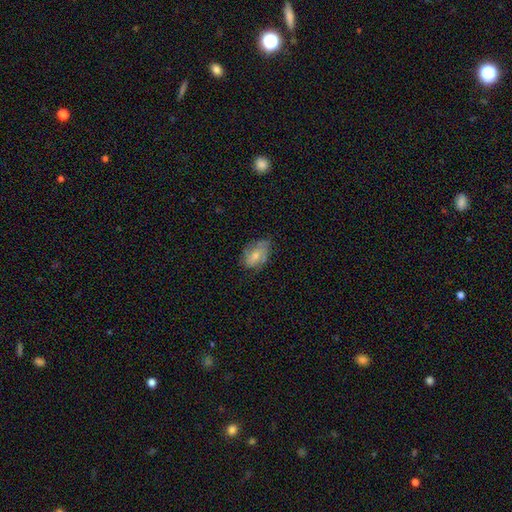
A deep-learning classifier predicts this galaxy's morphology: This appears to be a smooth galaxy with no disk features (49%). Merging: none (57%).